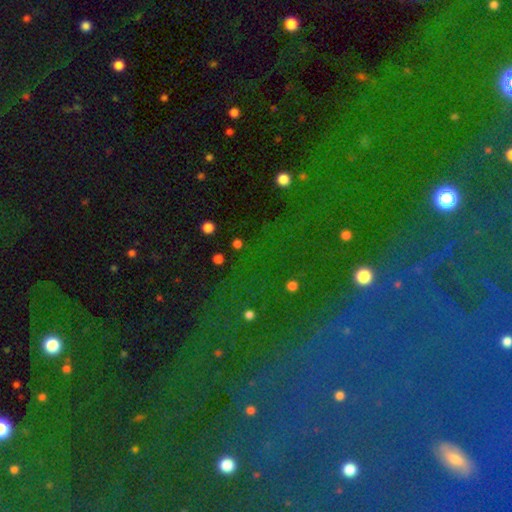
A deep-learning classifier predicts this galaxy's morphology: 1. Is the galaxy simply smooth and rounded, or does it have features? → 82% star or artifact, 9% featured or disk, 9% smooth.